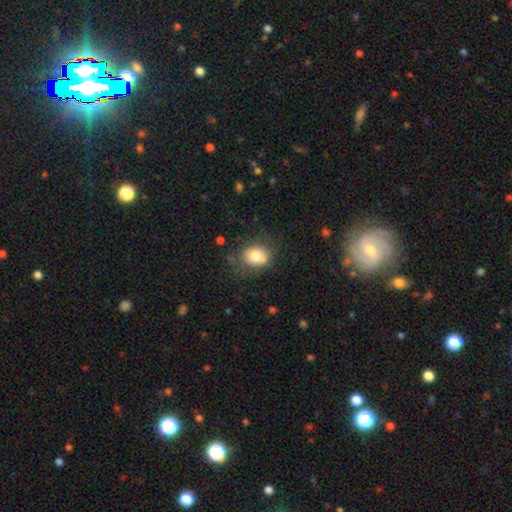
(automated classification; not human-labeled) Smooth or featured? Predicted: smooth (p=0.76). How rounded? Predicted: round (p=0.50). Merging? Predicted: none (p=0.66).